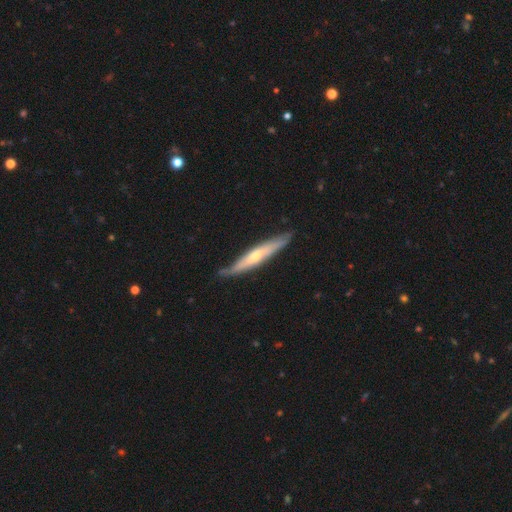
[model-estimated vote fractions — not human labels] Overall: featured or disk (59%; smooth 36%). Edge-on disk: yes (85%). Edge-on bulge: rounded (71%). Merging: none (74%).